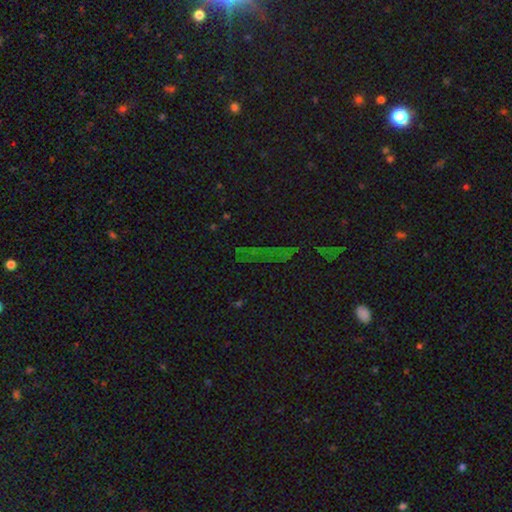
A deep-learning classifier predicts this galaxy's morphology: Overall: star or artifact (70%).